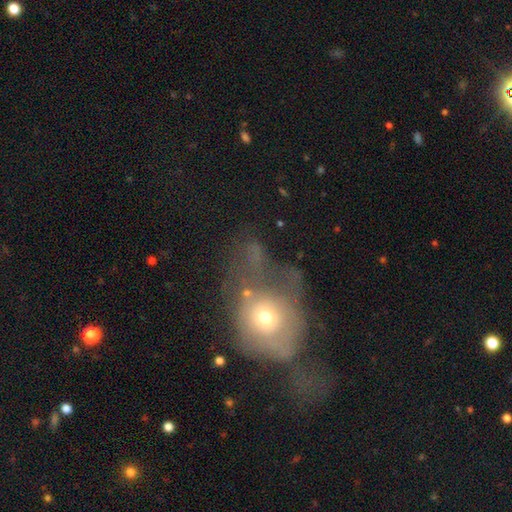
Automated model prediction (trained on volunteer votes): Smooth or featured: smooth — 46% (featured or disk — 33%)
Merging: major disturbance — 43% (none — 21%)